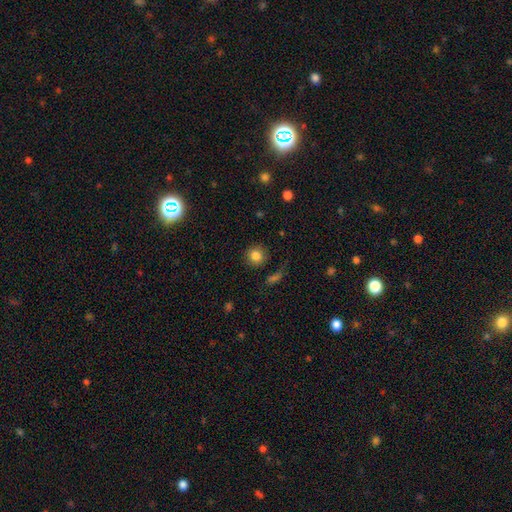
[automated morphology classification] A smooth galaxy with no disk features (83%) that is round (90%).

Vote fractions:
- Smooth or featured? smooth: 83% / star or artifact: 11% / featured or disk: 6%
- How rounded? round: 90% / in between: 9% / cigar-shaped: 1%
- Merging? none: 85% / minor disturbance: 9% / major disturbance: 4% / merger: 2%